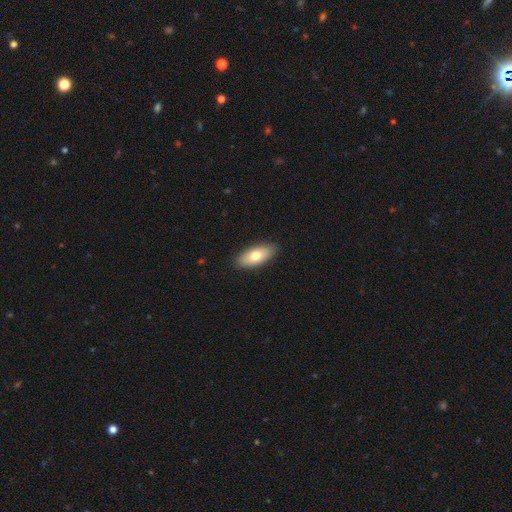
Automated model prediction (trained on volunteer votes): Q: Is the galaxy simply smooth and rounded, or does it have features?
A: smooth — 76%.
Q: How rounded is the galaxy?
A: in between — 87%.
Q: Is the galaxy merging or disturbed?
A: none — 89%.